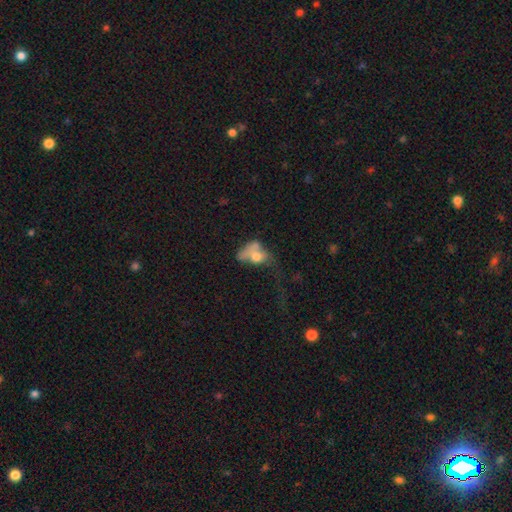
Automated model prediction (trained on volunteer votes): This is possibly a smooth galaxy (59%). How rounded: likely in between (74%). Merging: possibly major disturbance (45%).